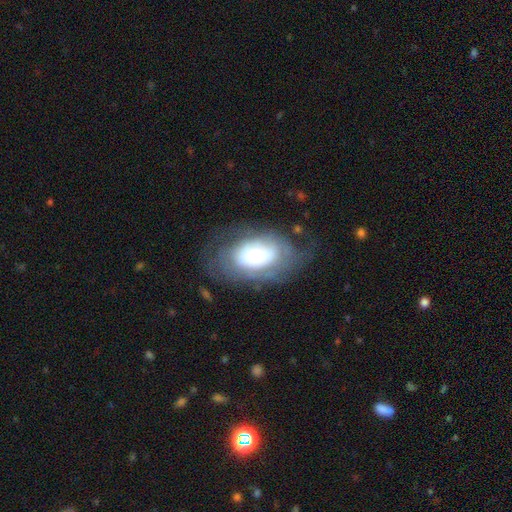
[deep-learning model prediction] Q: Smooth or featured?
A: featured or disk (50%); runner-up: smooth (42%)
Q: Edge-on disk?
A: no (93%); runner-up: yes (7%)
Q: Merging?
A: none (55%); runner-up: minor disturbance (24%)